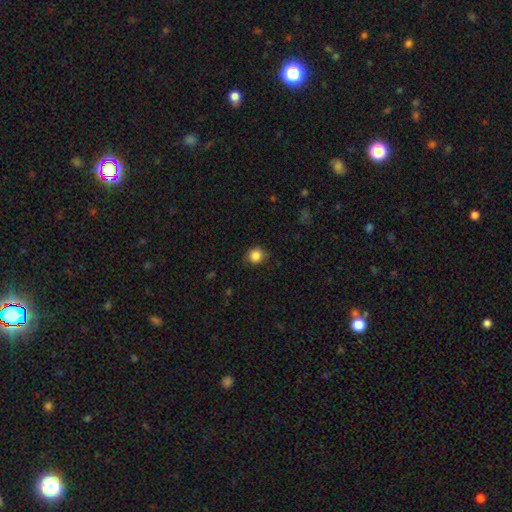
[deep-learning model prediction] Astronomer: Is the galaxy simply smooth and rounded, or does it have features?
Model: smooth — 85%.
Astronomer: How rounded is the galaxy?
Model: round — 86%.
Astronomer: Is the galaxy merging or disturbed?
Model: none — 81%.